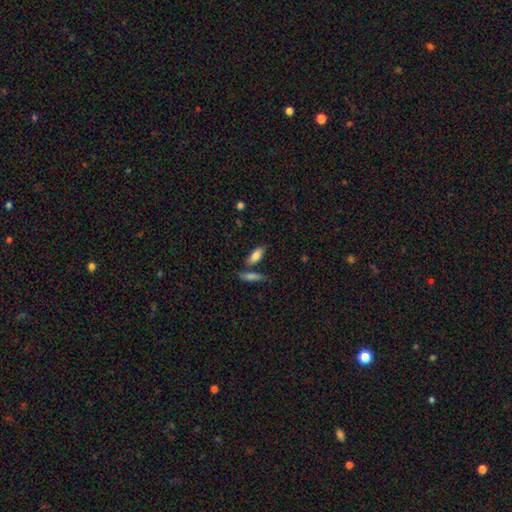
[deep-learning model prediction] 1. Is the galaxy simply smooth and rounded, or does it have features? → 82% smooth, 11% featured or disk, 7% star or artifact.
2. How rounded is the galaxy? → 80% in between, 17% cigar-shaped, 3% round.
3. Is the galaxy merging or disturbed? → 65% none, 19% merger, 13% minor disturbance, 4% major disturbance.